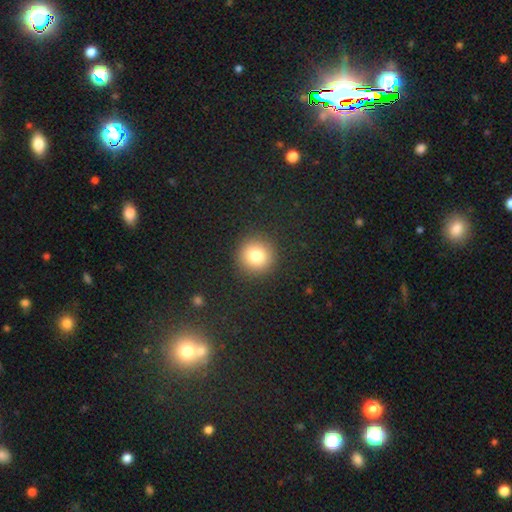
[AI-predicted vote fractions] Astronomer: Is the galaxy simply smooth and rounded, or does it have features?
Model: smooth — 80%.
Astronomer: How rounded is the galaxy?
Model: round — 94%.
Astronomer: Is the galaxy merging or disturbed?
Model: none — 91%.